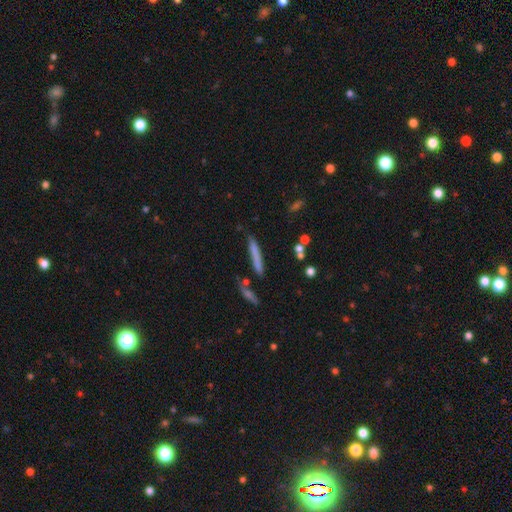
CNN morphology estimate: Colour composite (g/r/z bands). It shows a smooth galaxy with no disk features (65%) that is cigar-shaped (94%). Merging: none (77%).